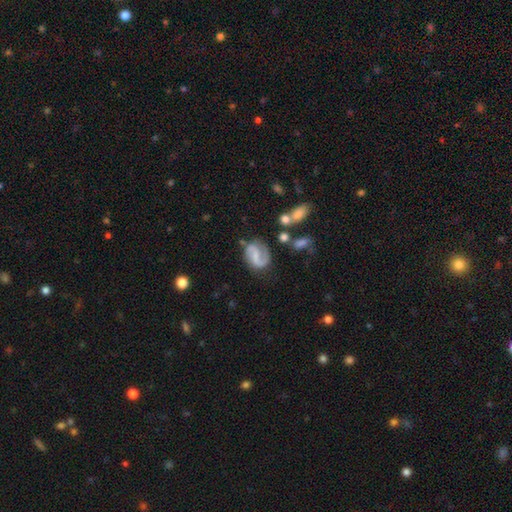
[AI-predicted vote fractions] Smooth or featured? featured or disk (76%)
Edge-on disk? no (98%)
Bar? weak (47%)
Spiral arms? yes (93%)
Spiral winding? medium (47%)
Spiral arm count? 2 (83%)
Bulge size? none (43%)
Merging? none (68%)